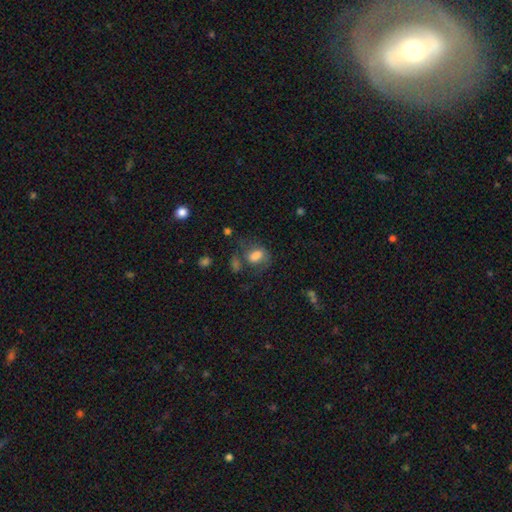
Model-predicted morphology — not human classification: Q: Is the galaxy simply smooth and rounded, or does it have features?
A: smooth — 69%.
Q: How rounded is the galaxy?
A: in between — 76%.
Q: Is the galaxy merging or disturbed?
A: none — 42%.